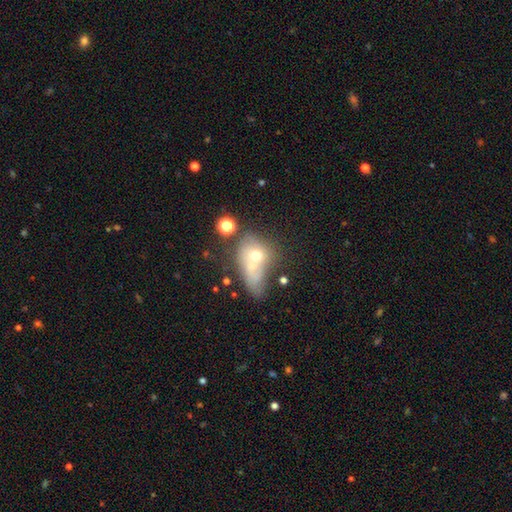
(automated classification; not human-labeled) Smooth or featured?
  - smooth: 51% *
  - featured or disk: 34%
  - star or artifact: 15%
How rounded?
  - in between: 61% *
  - round: 33%
  - cigar-shaped: 5%
Merging?
  - merger: 40% *
  - major disturbance: 25%
  - none: 19%
  - minor disturbance: 16%